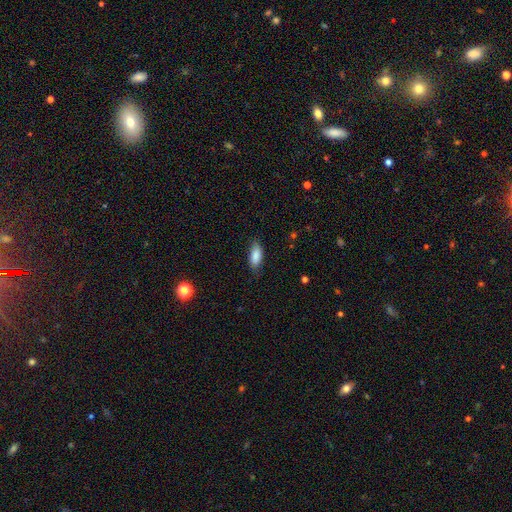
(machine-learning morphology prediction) smooth-or-featured: smooth: 86% | featured or disk: 7% | star or artifact: 7%
  how-rounded: in between: 81% | cigar-shaped: 17% | round: 2%
  merging: none: 78% | minor disturbance: 17% | major disturbance: 3% | merger: 1%